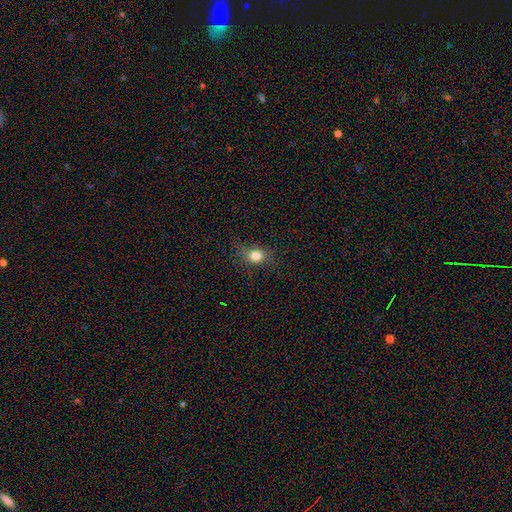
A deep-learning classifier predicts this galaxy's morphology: The model was most divided on "how rounded": round: 55%, in between: 42%, cigar-shaped: 3%. More confident: smooth or featured — smooth (78%); merging — none (74%).